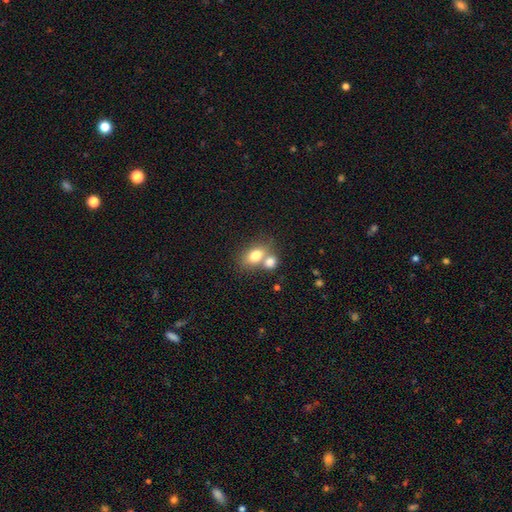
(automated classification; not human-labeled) A smooth galaxy with no disk features (77%) that is in between round and cigar-shaped (71%).

Vote fractions:
- Smooth or featured? smooth: 77% / featured or disk: 14% / star or artifact: 9%
- How rounded? in between: 71% / round: 27% / cigar-shaped: 2%
- Merging? merger: 51% / none: 37% / minor disturbance: 9% / major disturbance: 4%